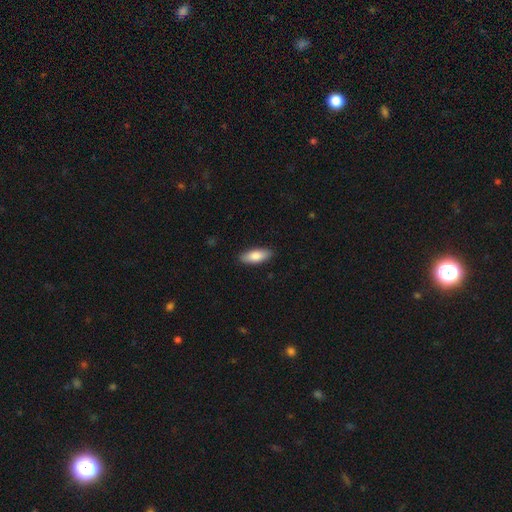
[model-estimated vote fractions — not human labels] smooth 83%, featured or disk 11%, star or artifact 6%. Down the decision tree: how rounded — in between (75%); merging — none (88%).